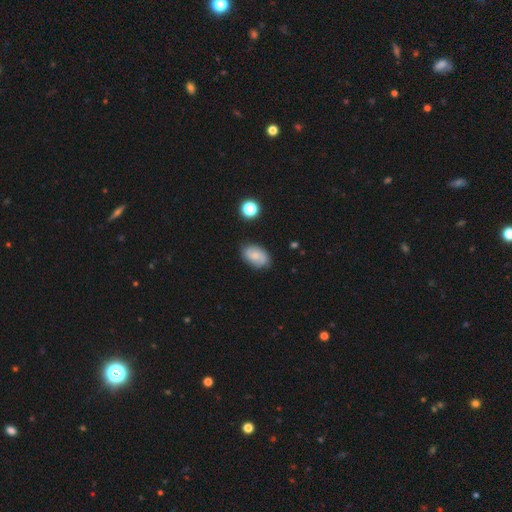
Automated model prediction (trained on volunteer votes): A smooth galaxy with no disk features (57%) that is in between round and cigar-shaped (85%). Merging: none (76%).